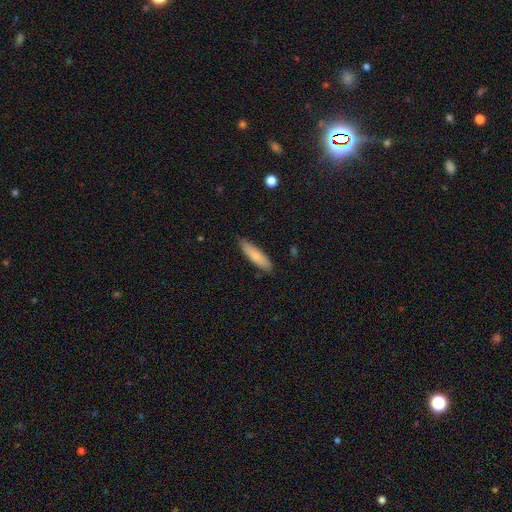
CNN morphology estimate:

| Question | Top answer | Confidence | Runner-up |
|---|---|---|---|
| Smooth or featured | smooth | 79% | featured or disk (16%) |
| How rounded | cigar-shaped | 67% | in between (32%) |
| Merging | none | 84% | minor disturbance (13%) |